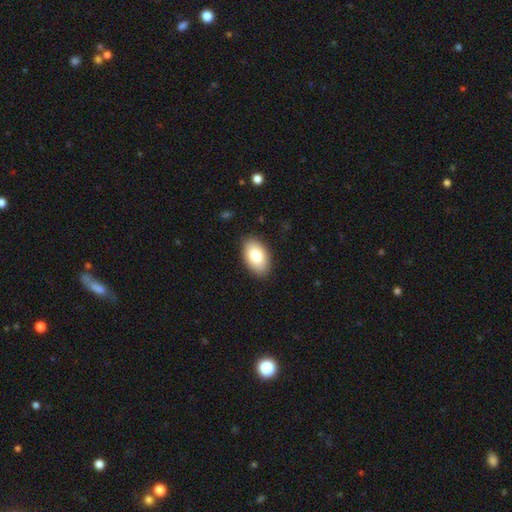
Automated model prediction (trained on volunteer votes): Smooth or featured: smooth — 80% (featured or disk — 13%)
How rounded: in between — 93% (round — 6%)
Merging: none — 88% (minor disturbance — 9%)